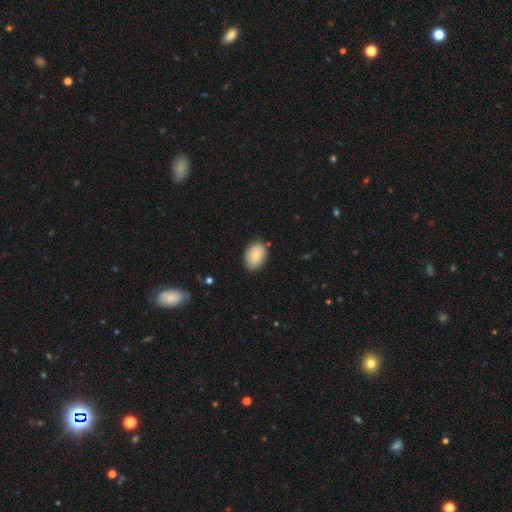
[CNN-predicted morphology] Smooth or featured? Predicted: smooth (p=0.81). How rounded? Predicted: in between (p=0.85). Merging? Predicted: none (p=0.82).